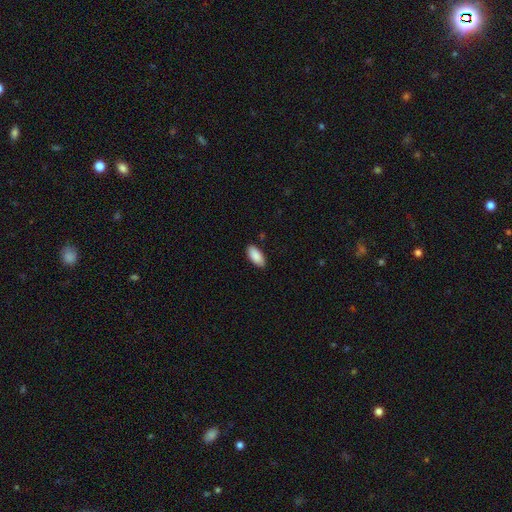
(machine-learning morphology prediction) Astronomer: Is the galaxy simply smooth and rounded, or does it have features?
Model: smooth — 90%.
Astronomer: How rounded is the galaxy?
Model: in between — 92%.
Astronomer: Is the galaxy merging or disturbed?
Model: none — 87%.